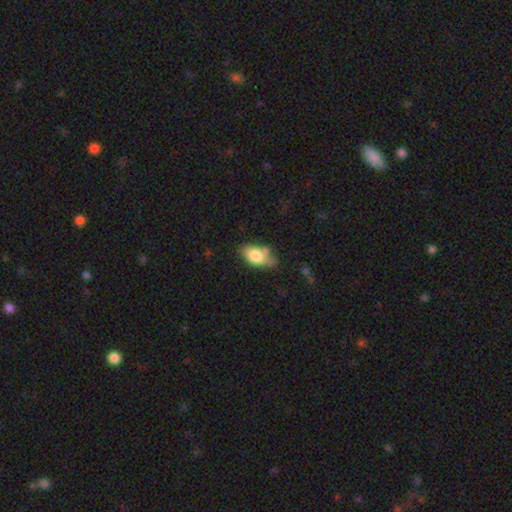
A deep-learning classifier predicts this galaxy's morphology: The model was most divided on "merging": none: 45%, minor disturbance: 32%, merger: 12%, major disturbance: 11%. More confident: how rounded — in between (90%); smooth or featured — smooth (75%).